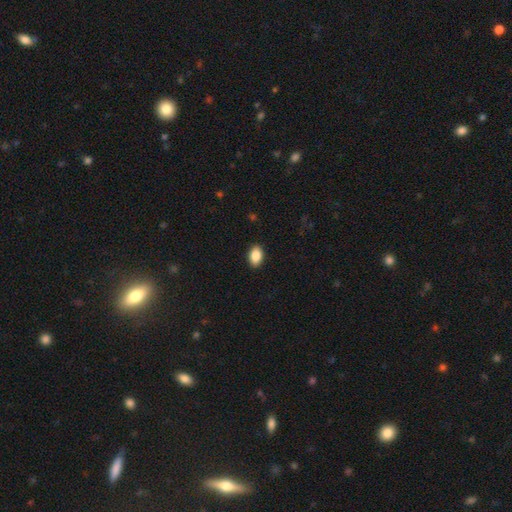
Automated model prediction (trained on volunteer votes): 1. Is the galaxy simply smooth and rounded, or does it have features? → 88% smooth, 7% star or artifact, 5% featured or disk.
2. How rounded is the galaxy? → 90% in between, 9% round, 1% cigar-shaped.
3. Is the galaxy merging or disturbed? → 90% none, 7% minor disturbance, 2% major disturbance, 1% merger.